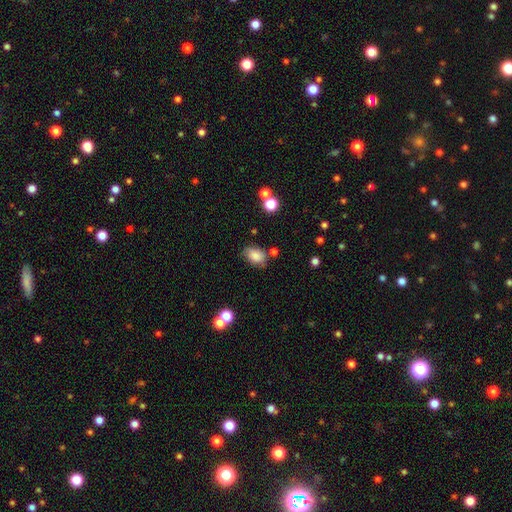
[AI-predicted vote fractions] Smooth or featured?
  - smooth: 82% *
  - star or artifact: 9%
  - featured or disk: 9%
How rounded?
  - in between: 81% *
  - round: 18%
  - cigar-shaped: 1%
Merging?
  - none: 65% *
  - minor disturbance: 23%
  - major disturbance: 6%
  - merger: 6%